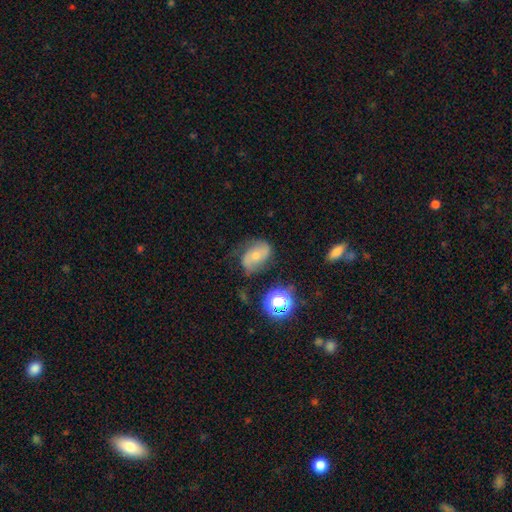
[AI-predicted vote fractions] smooth_or_featured: featured or disk (p=0.52) [alt: smooth p=0.35]
disk_edge_on: no (p=0.95) [alt: yes p=0.05]
merging: none (p=0.56) [alt: minor disturbance p=0.27]